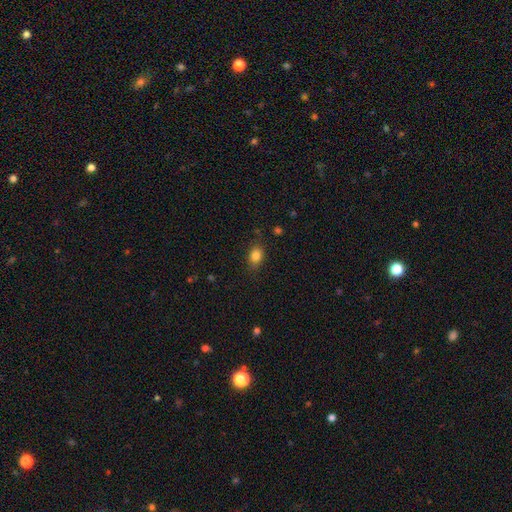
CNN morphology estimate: This is clearly a smooth galaxy (83%). How rounded: likely in between (69%). Merging: clearly none (82%).